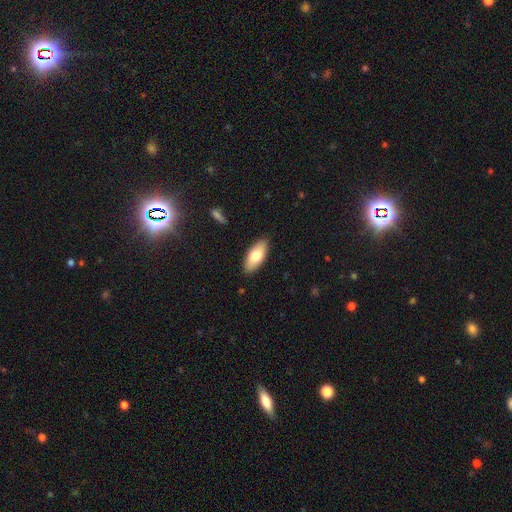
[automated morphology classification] Q: Smooth or featured?
A: smooth (78%); runner-up: featured or disk (17%)
Q: How rounded?
A: in between (87%); runner-up: cigar-shaped (11%)
Q: Merging?
A: none (87%); runner-up: minor disturbance (10%)